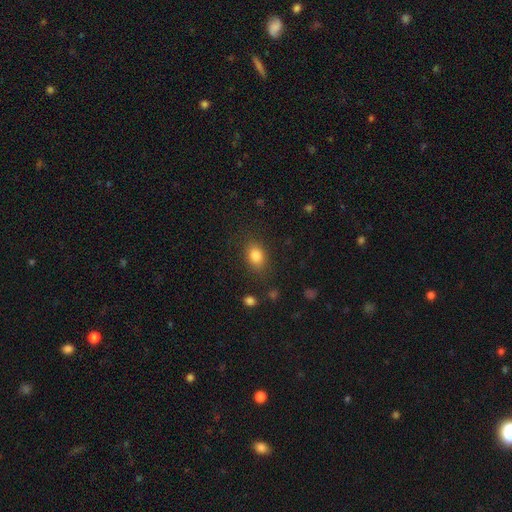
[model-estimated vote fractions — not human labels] smooth-or-featured: smooth: 84% | star or artifact: 9% | featured or disk: 6%
  how-rounded: in between: 74% | round: 25% | cigar-shaped: 2%
  merging: none: 81% | minor disturbance: 13% | major disturbance: 5% | merger: 2%